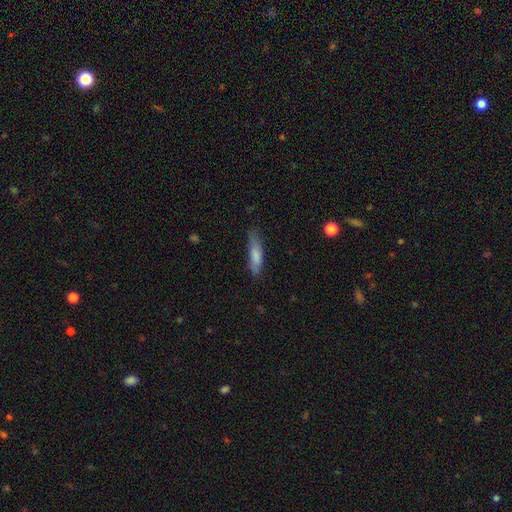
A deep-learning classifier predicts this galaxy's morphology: Overall: smooth (80%). How rounded: cigar-shaped (71%). Merging: none (68%).